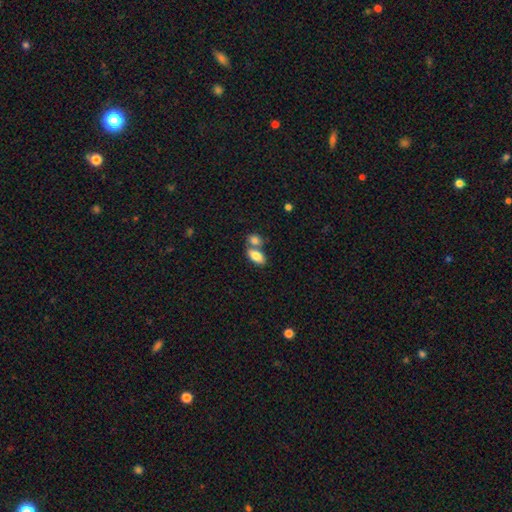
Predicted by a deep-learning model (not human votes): Smooth or featured? smooth (82%)
How rounded? in between (90%)
Merging? none (45%)